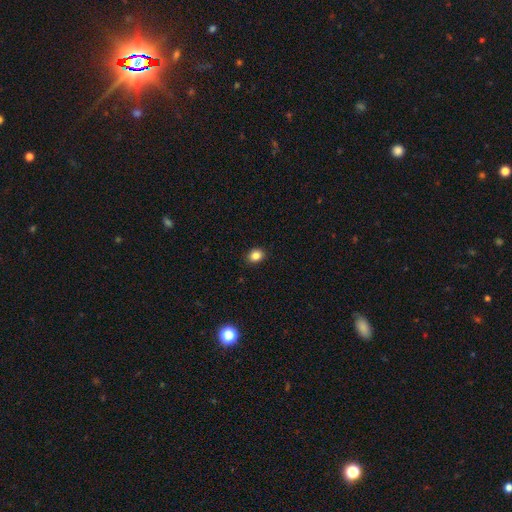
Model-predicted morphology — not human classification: Smooth or featured?
  - smooth: 85% *
  - star or artifact: 11%
  - featured or disk: 5%
How rounded?
  - round: 52% *
  - in between: 47%
  - cigar-shaped: 1%
Merging?
  - none: 90% *
  - minor disturbance: 7%
  - major disturbance: 2%
  - merger: 1%